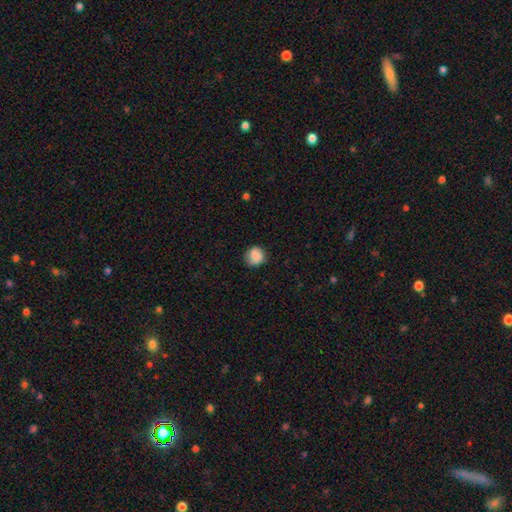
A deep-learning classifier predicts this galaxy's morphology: A smooth galaxy with no disk features (82%) that is round (87%).

Vote fractions:
- Smooth or featured? smooth: 82% / featured or disk: 10% / star or artifact: 8%
- How rounded? round: 87% / in between: 12% / cigar-shaped: 1%
- Merging? none: 81% / minor disturbance: 15% / major disturbance: 4% / merger: 1%